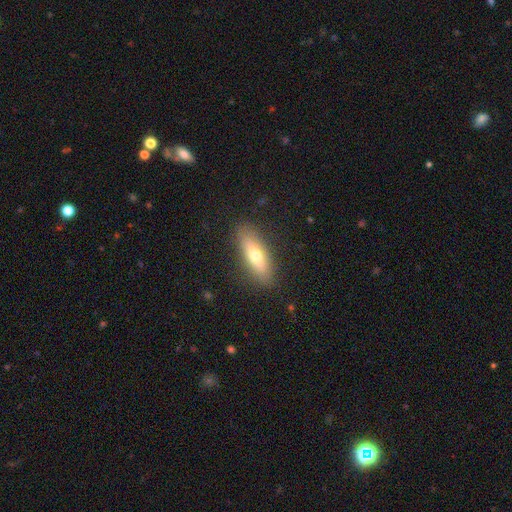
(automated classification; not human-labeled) A smooth galaxy with no disk features (64%) that is in between round and cigar-shaped (57%).

Vote fractions:
- Smooth or featured? smooth: 64% / featured or disk: 30% / star or artifact: 7%
- How rounded? in between: 57% / cigar-shaped: 40% / round: 3%
- Merging? none: 86% / minor disturbance: 10% / major disturbance: 3% / merger: 1%